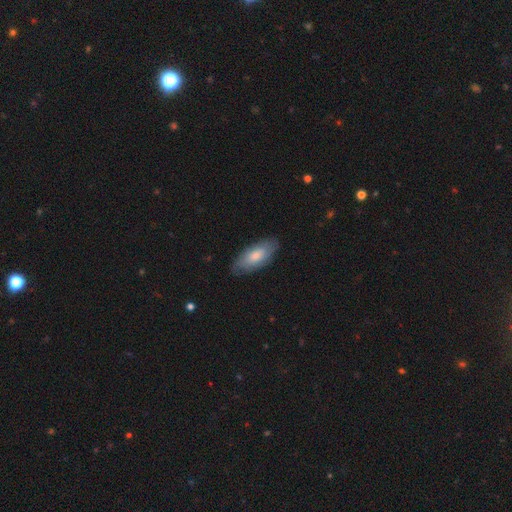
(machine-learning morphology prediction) This appears to be a smooth galaxy with no disk features (66%) that is in between round and cigar-shaped (87%). Merging: none (78%).